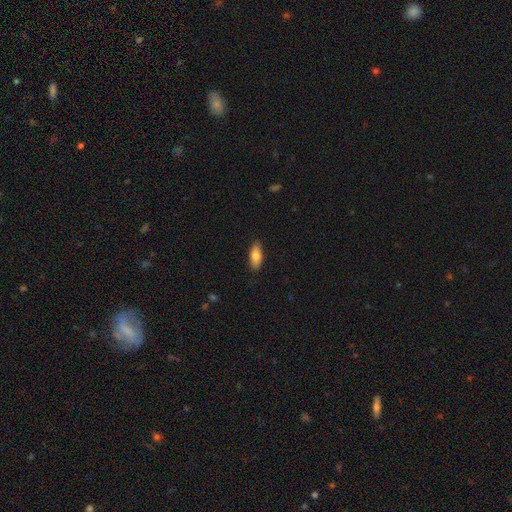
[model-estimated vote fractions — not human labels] smooth_or_featured: smooth (p=0.79) [alt: featured or disk p=0.15]
how_rounded: in between (p=0.78) [alt: cigar-shaped p=0.20]
merging: none (p=0.87) [alt: minor disturbance p=0.10]